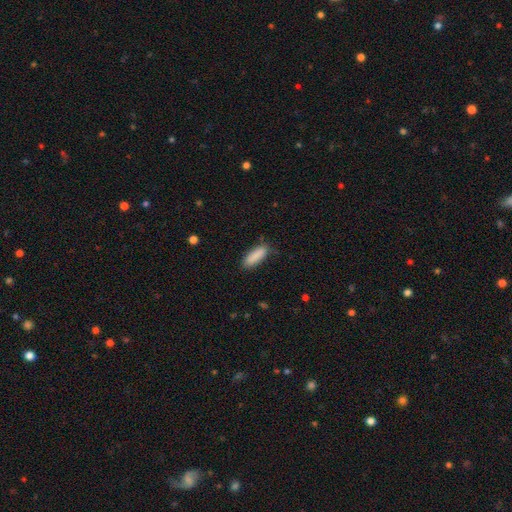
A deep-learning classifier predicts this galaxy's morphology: Smooth or featured? smooth (88%)
How rounded? in between (58%)
Merging? none (77%)